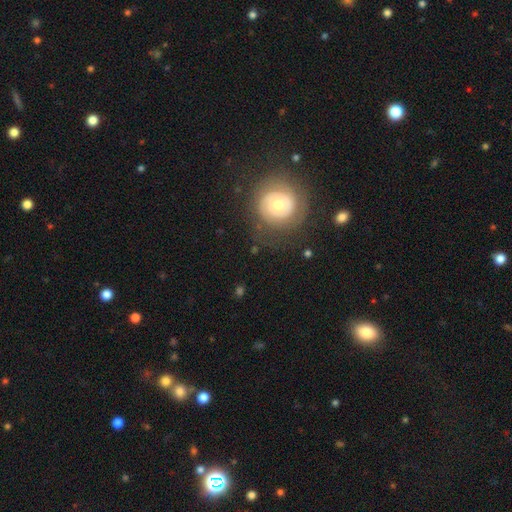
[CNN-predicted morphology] smooth-or-featured: smooth: 44% | featured or disk: 33% | star or artifact: 23%
  merging: none: 80% | minor disturbance: 11% | major disturbance: 7% | merger: 2%